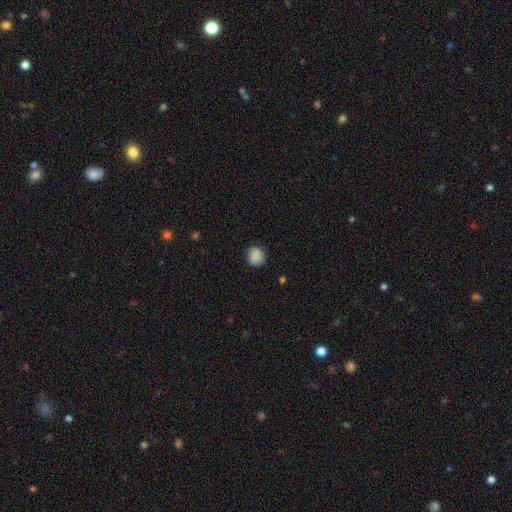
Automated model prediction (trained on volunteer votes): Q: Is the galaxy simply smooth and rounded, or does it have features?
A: smooth — 88%.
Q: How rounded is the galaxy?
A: round — 87%.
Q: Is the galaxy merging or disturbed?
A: none — 86%.